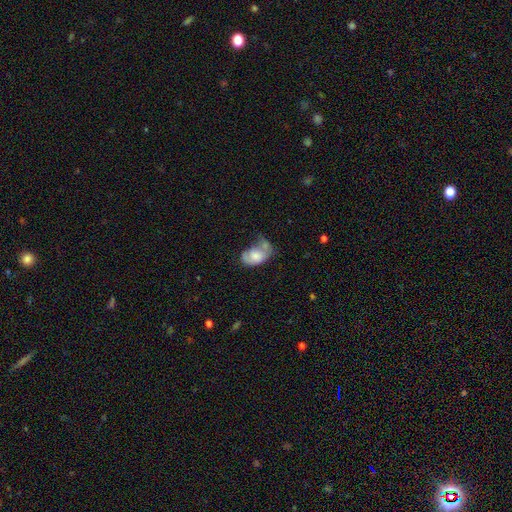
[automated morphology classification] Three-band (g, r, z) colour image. It shows a smooth galaxy with no disk features (63%) that is in between round and cigar-shaped (87%). Merging: merger (30%).